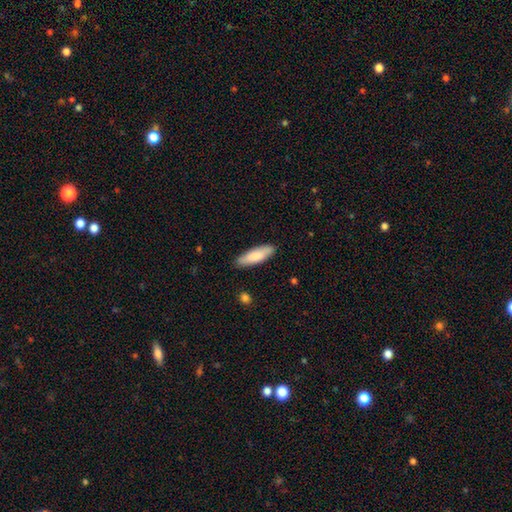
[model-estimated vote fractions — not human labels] smooth-or-featured: smooth: 82% | featured or disk: 13% | star or artifact: 5%
  how-rounded: in between: 50% | cigar-shaped: 49% | round: 2%
  merging: none: 86% | minor disturbance: 11% | major disturbance: 2% | merger: 1%